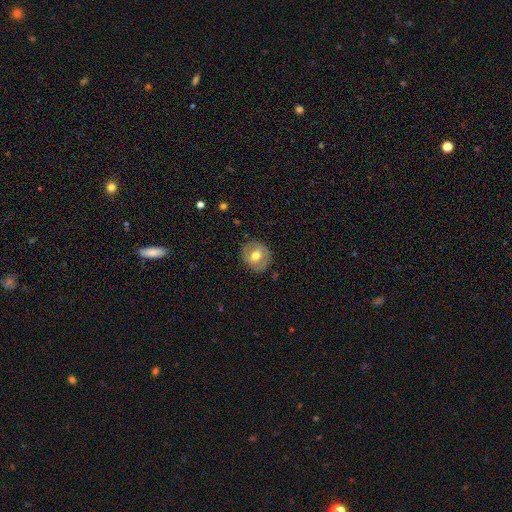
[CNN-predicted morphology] Smooth or featured: smooth — 52% (featured or disk — 41%)
How rounded: round — 82% (in between — 17%)
Merging: none — 84% (minor disturbance — 12%)